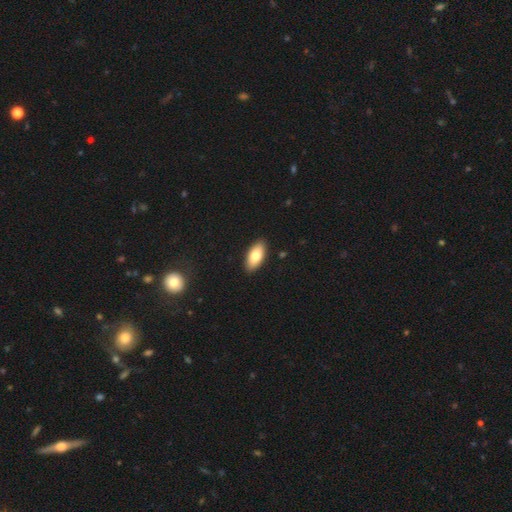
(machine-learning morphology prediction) A smooth galaxy with no disk features (79%) that is in between round and cigar-shaped (89%). Merging: none (90%).